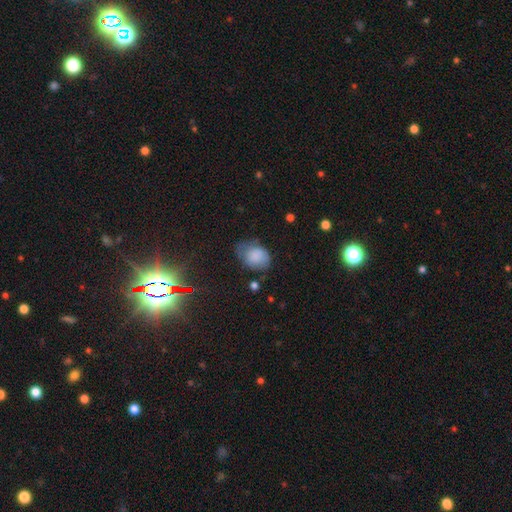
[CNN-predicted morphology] A smooth galaxy with no disk features (79%) that is in between round and cigar-shaped (68%). Merging: none (42%).